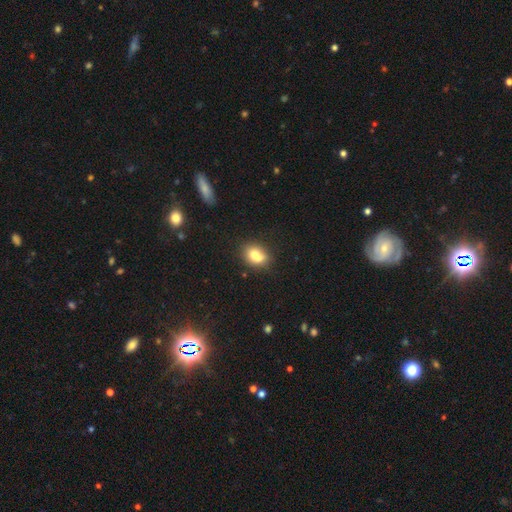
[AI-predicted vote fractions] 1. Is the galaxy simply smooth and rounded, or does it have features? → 73% smooth, 18% featured or disk, 10% star or artifact.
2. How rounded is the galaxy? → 68% in between, 30% round, 2% cigar-shaped.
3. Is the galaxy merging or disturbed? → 44% none, 36% merger, 15% minor disturbance, 5% major disturbance.